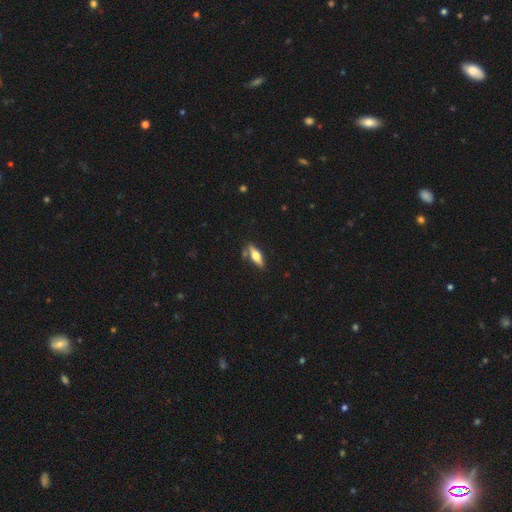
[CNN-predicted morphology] Smooth or featured: featured or disk — 48% (smooth — 45%)
Merging: none — 77% (minor disturbance — 14%)